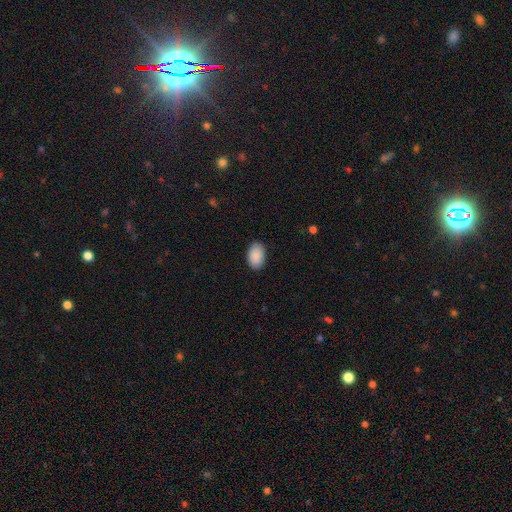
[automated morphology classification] Overall: smooth (90%). How rounded: in between (92%). Merging: none (87%).